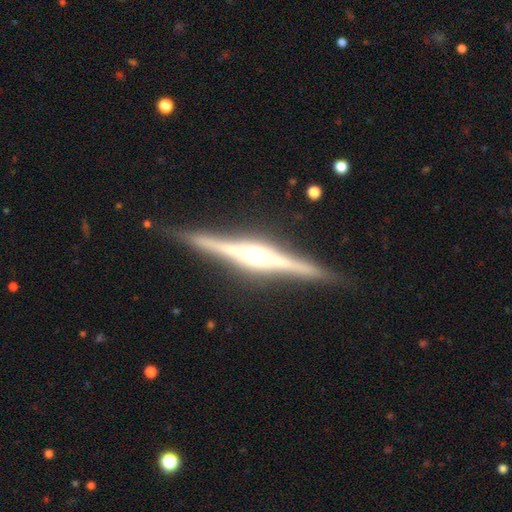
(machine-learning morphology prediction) A featured or disk galaxy (89%) viewed edge-on (98%) with a rounded central bulge (82%). Merging: none (89%).